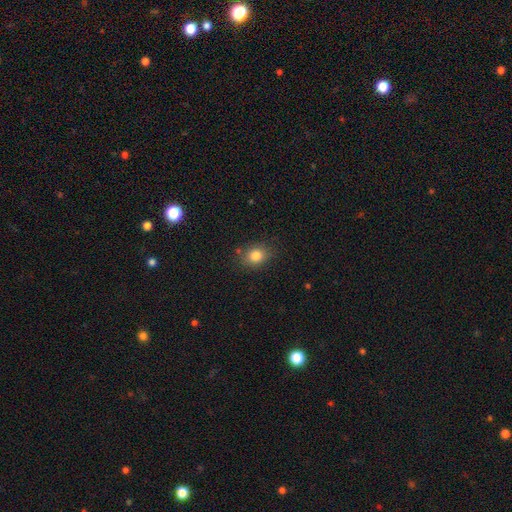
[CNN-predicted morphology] smooth_or_featured: smooth (p=0.82) [alt: star or artifact p=0.11]
how_rounded: round (p=0.55) [alt: in between p=0.44]
merging: none (p=0.80) [alt: minor disturbance p=0.14]